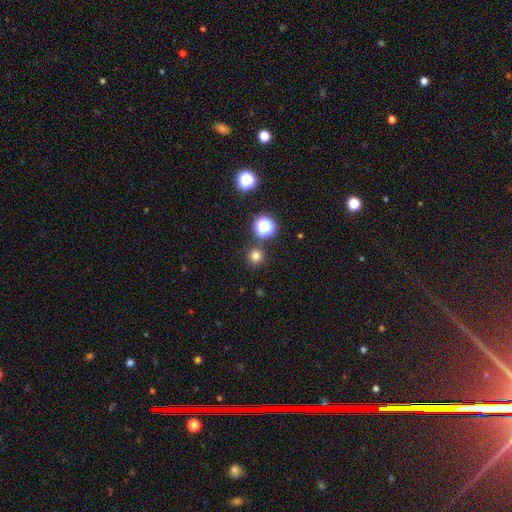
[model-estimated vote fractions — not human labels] Q: Smooth or featured?
A: smooth (74%); runner-up: star or artifact (20%)
Q: How rounded?
A: round (95%); runner-up: in between (4%)
Q: Merging?
A: none (87%); runner-up: minor disturbance (6%)